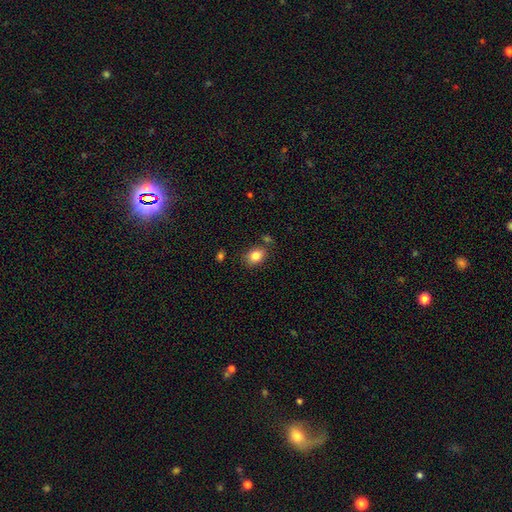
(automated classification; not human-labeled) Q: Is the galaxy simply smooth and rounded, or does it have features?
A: smooth — 83%.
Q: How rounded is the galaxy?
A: in between — 70%.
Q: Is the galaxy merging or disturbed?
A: none — 77%.